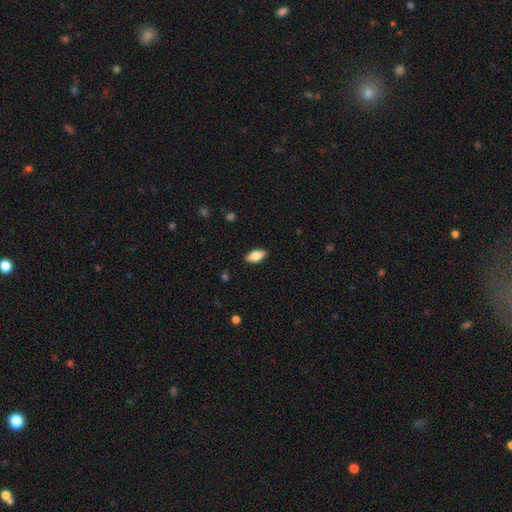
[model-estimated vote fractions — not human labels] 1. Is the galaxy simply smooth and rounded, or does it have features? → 70% smooth, 23% featured or disk, 7% star or artifact.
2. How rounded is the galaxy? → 84% in between, 12% cigar-shaped, 3% round.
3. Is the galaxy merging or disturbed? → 88% none, 9% minor disturbance, 2% major disturbance, 1% merger.